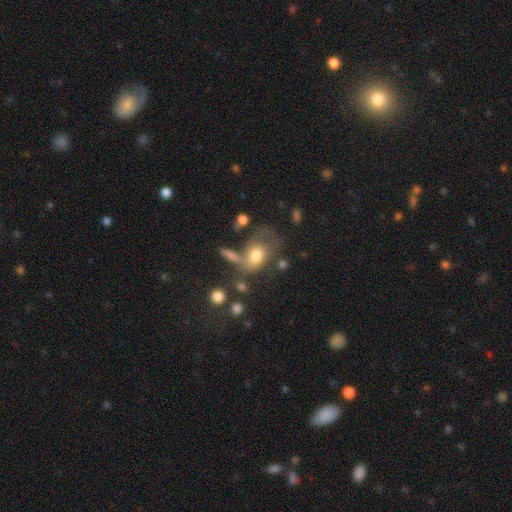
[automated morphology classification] smooth_or_featured: smooth (p=0.68) [alt: featured or disk p=0.22]
how_rounded: in between (p=0.71) [alt: round p=0.27]
merging: none (p=0.32) [alt: major disturbance p=0.27]